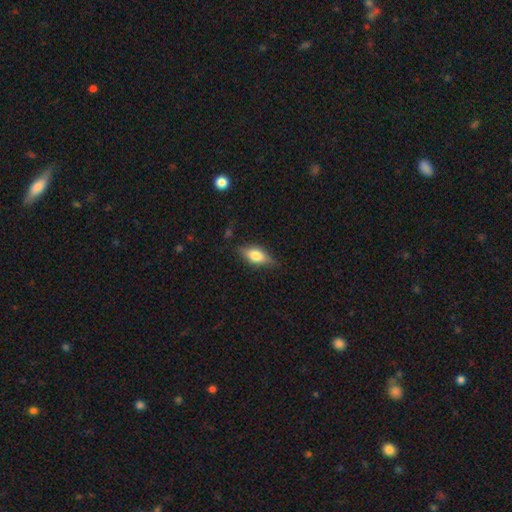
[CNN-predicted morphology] smooth_or_featured: smooth (p=0.63) [alt: featured or disk p=0.29]
how_rounded: in between (p=0.79) [alt: cigar-shaped p=0.16]
merging: none (p=0.76) [alt: minor disturbance p=0.18]